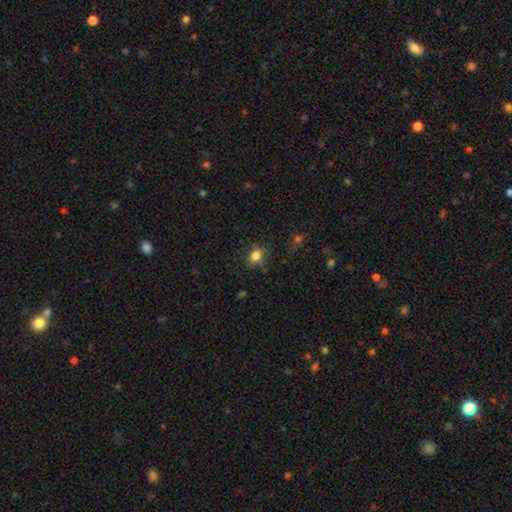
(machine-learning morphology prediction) Q: Smooth or featured?
A: smooth (81%); runner-up: star or artifact (12%)
Q: How rounded?
A: round (50%); runner-up: in between (49%)
Q: Merging?
A: none (75%); runner-up: minor disturbance (18%)